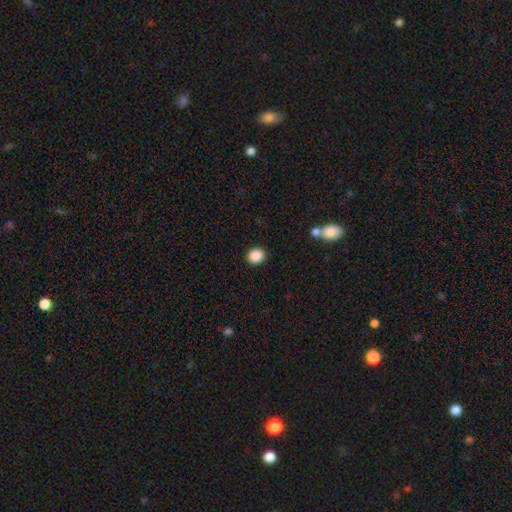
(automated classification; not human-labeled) smooth 88%, star or artifact 9%, featured or disk 3%. Down the decision tree: how rounded — round (80%); merging — none (91%).